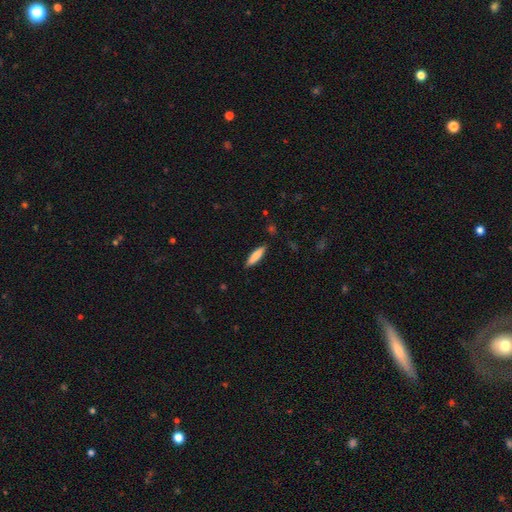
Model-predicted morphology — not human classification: smooth-or-featured: smooth: 82% | featured or disk: 13% | star or artifact: 6%
  how-rounded: cigar-shaped: 74% | in between: 24% | round: 1%
  merging: none: 88% | minor disturbance: 9% | major disturbance: 2% | merger: 1%